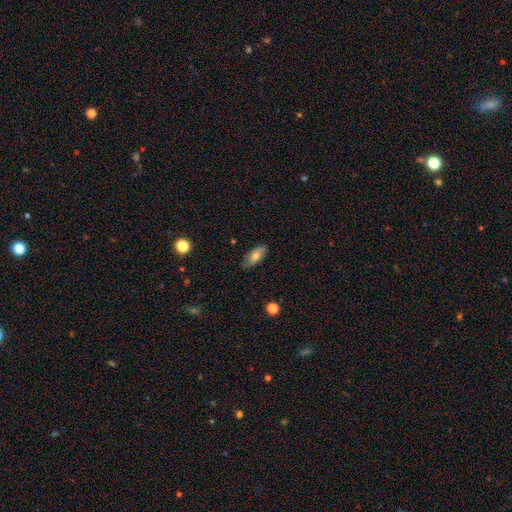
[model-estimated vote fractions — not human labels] Smooth or featured? Predicted: smooth (p=0.62). How rounded? Predicted: in between (p=0.80). Merging? Predicted: none (p=0.81).